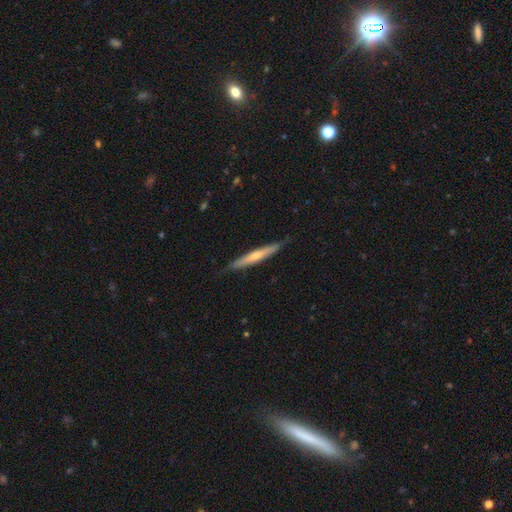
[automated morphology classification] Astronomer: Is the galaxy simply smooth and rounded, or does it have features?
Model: featured or disk — 51% (runner-up: smooth, 44%).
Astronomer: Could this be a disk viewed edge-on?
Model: yes — 94%.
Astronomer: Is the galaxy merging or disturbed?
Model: none — 85%.